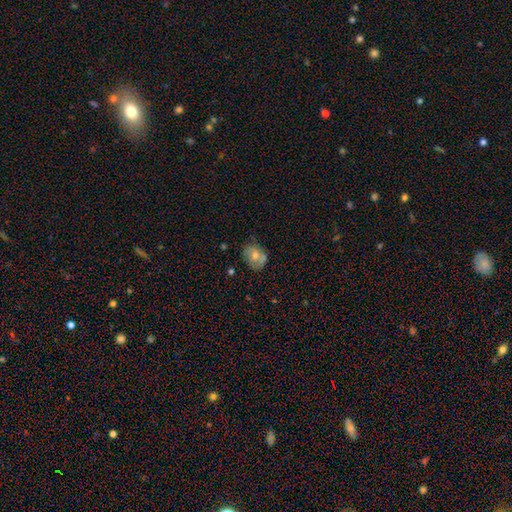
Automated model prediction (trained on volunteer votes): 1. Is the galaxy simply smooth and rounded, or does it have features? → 66% smooth, 26% featured or disk, 9% star or artifact.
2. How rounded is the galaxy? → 53% in between, 46% round, 1% cigar-shaped.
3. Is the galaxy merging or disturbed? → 58% none, 28% minor disturbance, 8% major disturbance, 5% merger.